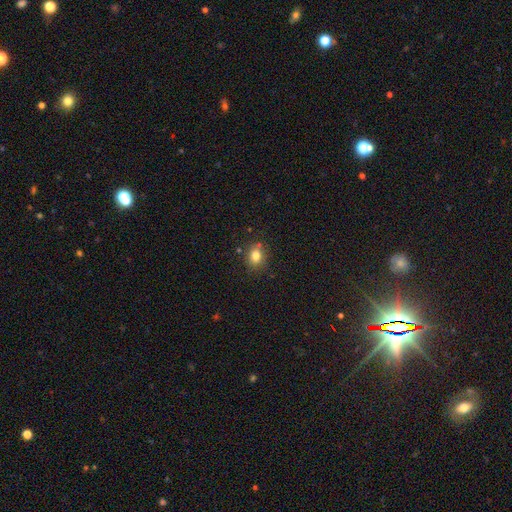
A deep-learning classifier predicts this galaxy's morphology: smooth-or-featured: smooth: 80% | star or artifact: 12% | featured or disk: 8%
  how-rounded: round: 54% | in between: 45% | cigar-shaped: 1%
  merging: none: 78% | minor disturbance: 15% | merger: 4% | major disturbance: 3%